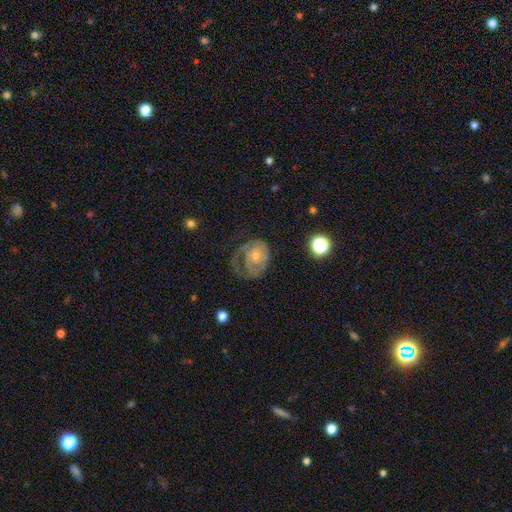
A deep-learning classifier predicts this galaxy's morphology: Smooth or featured? featured or disk (61%)
Edge-on disk? no (97%)
Bar? no (79%)
Spiral arms? yes (70%)
Bulge size? small (55%)
Merging? major disturbance (39%)